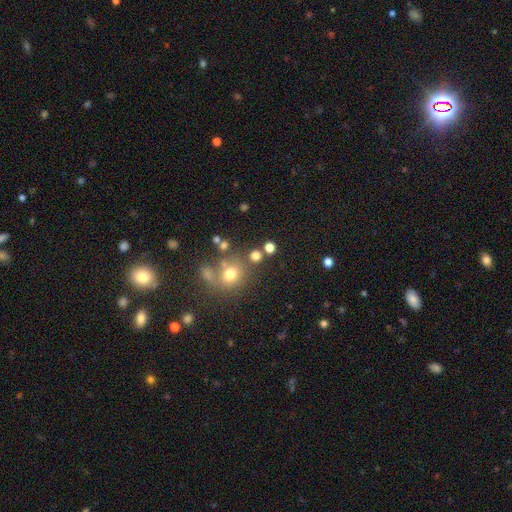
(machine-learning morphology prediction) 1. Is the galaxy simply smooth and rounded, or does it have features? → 71% smooth, 19% star or artifact, 10% featured or disk.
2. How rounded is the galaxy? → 84% round, 14% in between, 1% cigar-shaped.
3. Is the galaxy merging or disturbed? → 68% none, 17% merger, 9% minor disturbance, 5% major disturbance.